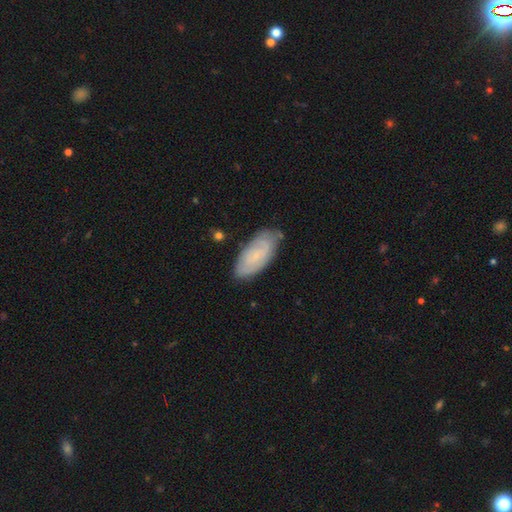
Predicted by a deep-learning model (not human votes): A featured or disk galaxy (49%).

Vote fractions:
- Smooth or featured? featured or disk: 49% / smooth: 44% / star or artifact: 7%
- Merging? none: 71% / minor disturbance: 22% / major disturbance: 5% / merger: 2%